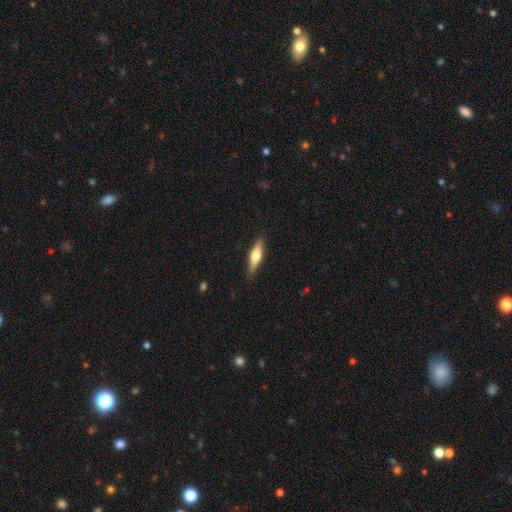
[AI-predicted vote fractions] Smooth or featured: smooth — 49% (featured or disk — 45%)
Merging: none — 86% (minor disturbance — 11%)